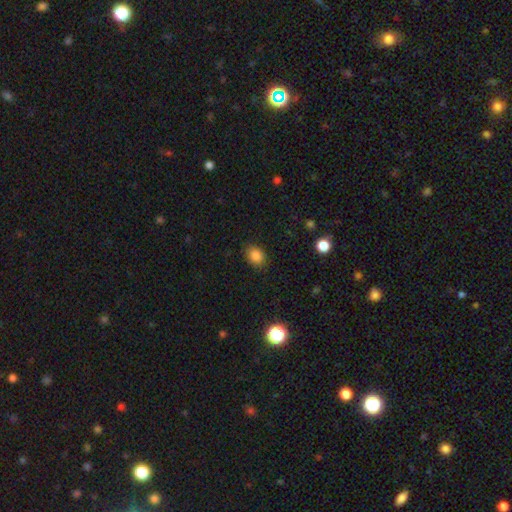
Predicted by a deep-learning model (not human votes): A smooth galaxy with no disk features (85%) that is in between round and cigar-shaped (55%).

Vote fractions:
- Smooth or featured? smooth: 85% / star or artifact: 11% / featured or disk: 4%
- How rounded? in between: 55% / round: 44% / cigar-shaped: 1%
- Merging? none: 87% / minor disturbance: 10% / major disturbance: 3% / merger: 1%